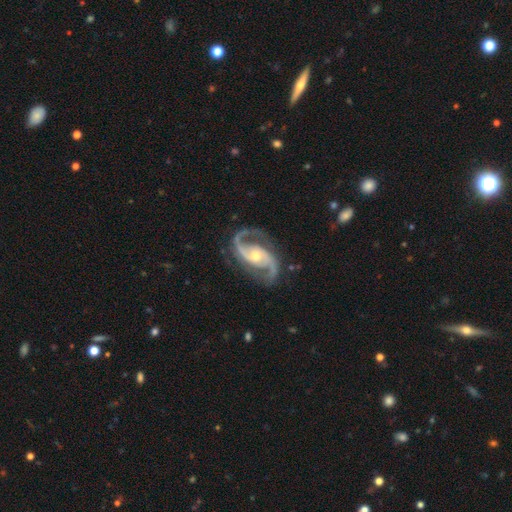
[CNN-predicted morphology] Smooth or featured: featured or disk — 93% (star or artifact — 4%)
Edge-on disk: no — 98% (yes — 2%)
Bar: no — 51% (weak — 33%)
Spiral arms: yes — 98% (no — 2%)
Spiral winding: medium — 57% (loose — 29%)
Spiral arm count: 2 — 93% (3 — 2%)
Bulge size: moderate — 53% (small — 43%)
Merging: none — 79% (minor disturbance — 13%)